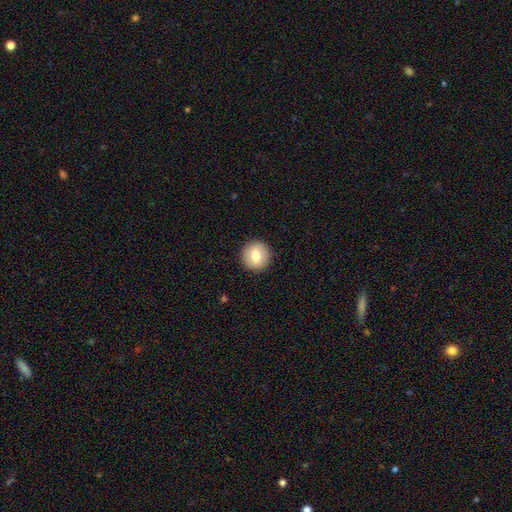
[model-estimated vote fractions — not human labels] Overall: smooth (76%). How rounded: round (94%). Merging: none (92%).